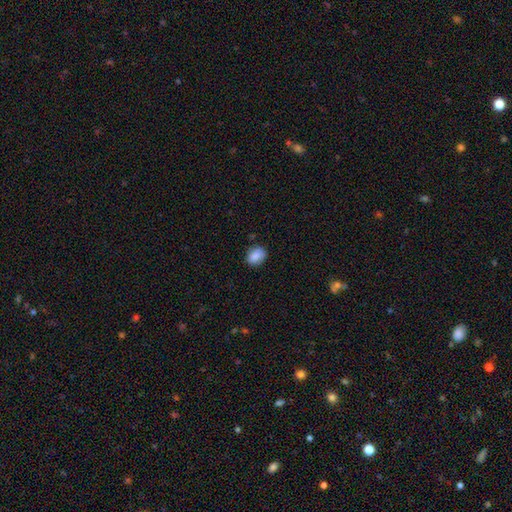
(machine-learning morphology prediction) This is clearly a smooth galaxy (85%). How rounded: possibly in between (57%). Merging: likely none (79%).